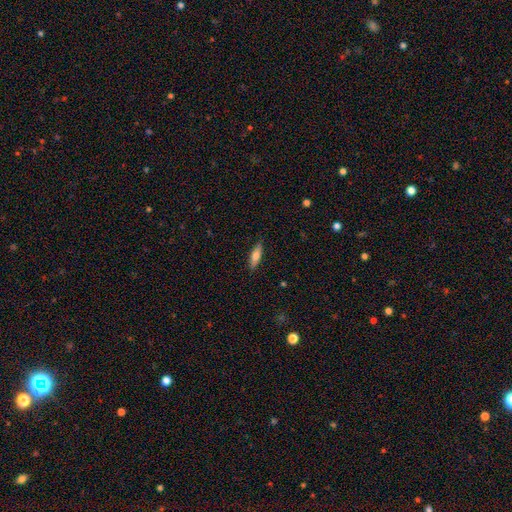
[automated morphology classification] type=smooth (66%); roundness=cigar-shaped (62%); merging=none (88%).